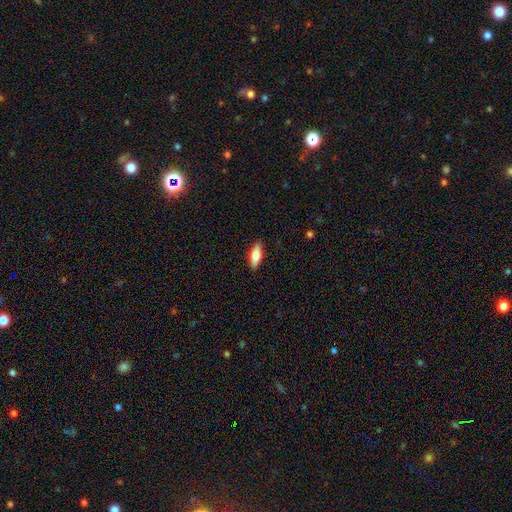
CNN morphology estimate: type=smooth (65%); roundness=in between (57%); merging=none (89%).